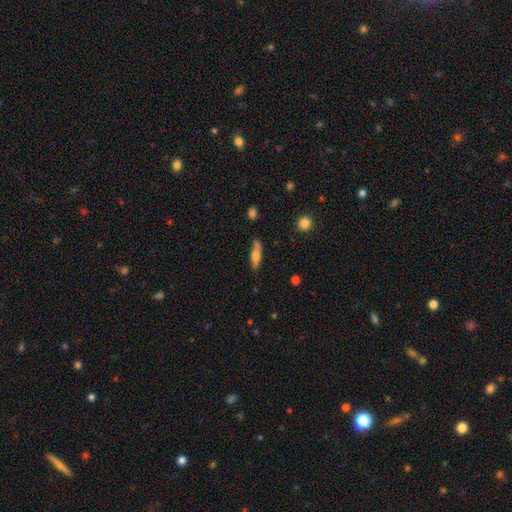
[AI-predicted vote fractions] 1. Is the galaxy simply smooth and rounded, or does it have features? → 65% smooth, 29% featured or disk, 7% star or artifact.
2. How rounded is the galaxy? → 60% cigar-shaped, 38% in between, 3% round.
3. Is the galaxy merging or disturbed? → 71% none, 21% minor disturbance, 4% major disturbance, 4% merger.